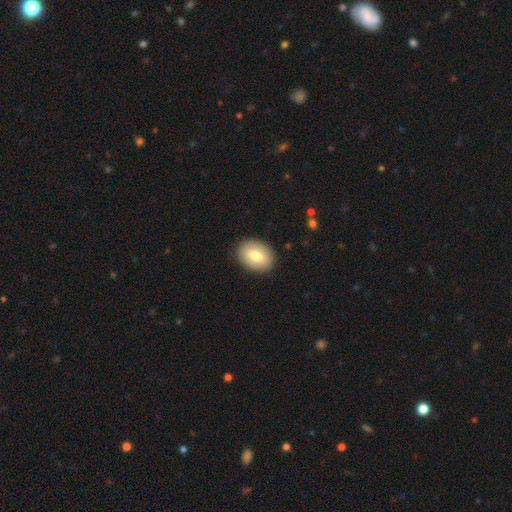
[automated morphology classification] A smooth galaxy with no disk features (73%) that is in between round and cigar-shaped (72%). Merging: none (89%).